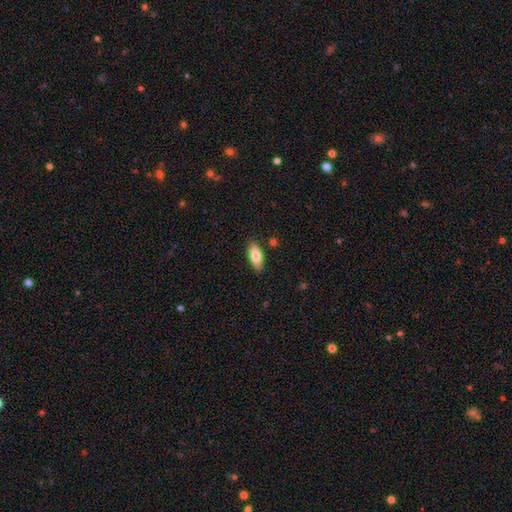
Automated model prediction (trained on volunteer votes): smooth_or_featured: smooth (p=0.78) [alt: featured or disk p=0.16]
how_rounded: in between (p=0.79) [alt: cigar-shaped p=0.19]
merging: none (p=0.87) [alt: minor disturbance p=0.10]